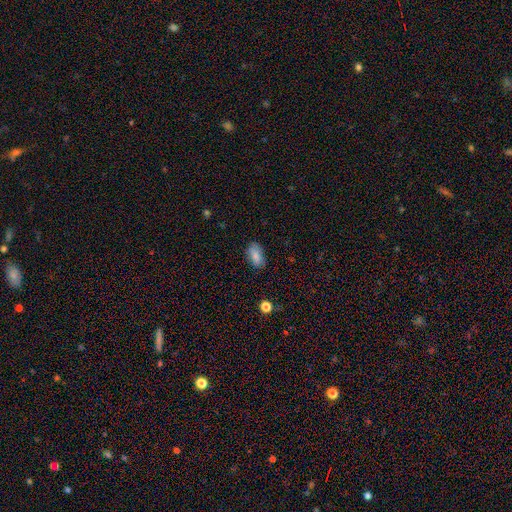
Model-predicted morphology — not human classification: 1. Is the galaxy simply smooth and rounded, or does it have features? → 83% smooth, 9% featured or disk, 9% star or artifact.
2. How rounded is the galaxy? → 90% in between, 5% round, 5% cigar-shaped.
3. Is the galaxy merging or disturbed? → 76% none, 18% minor disturbance, 4% major disturbance, 1% merger.